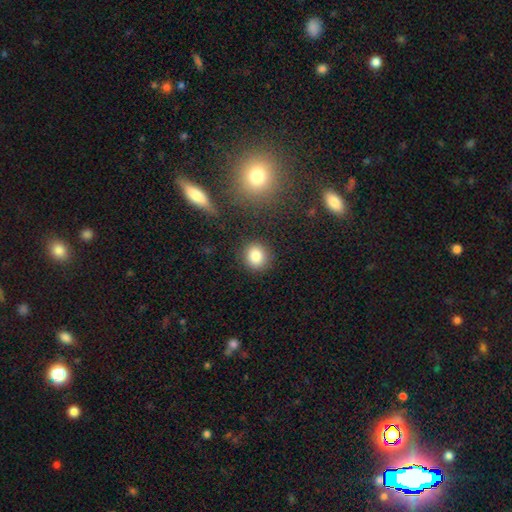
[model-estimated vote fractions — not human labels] The model was most divided on "how rounded": round: 82%, in between: 17%, cigar-shaped: 1%. More confident: merging — none (88%); smooth or featured — smooth (82%).